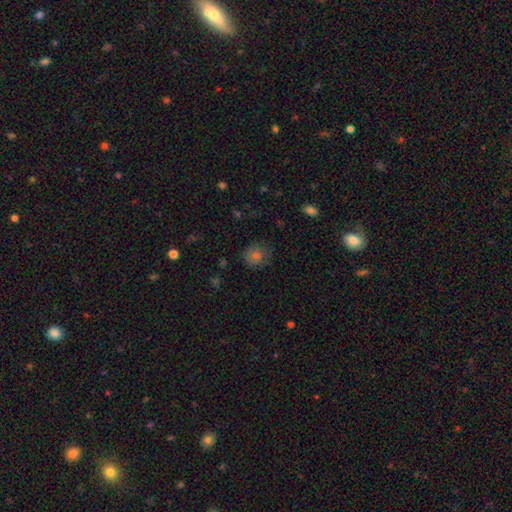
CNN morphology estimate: smooth_or_featured: smooth (p=0.73) [alt: star or artifact p=0.16]
how_rounded: round (p=0.83) [alt: in between p=0.16]
merging: none (p=0.80) [alt: minor disturbance p=0.14]